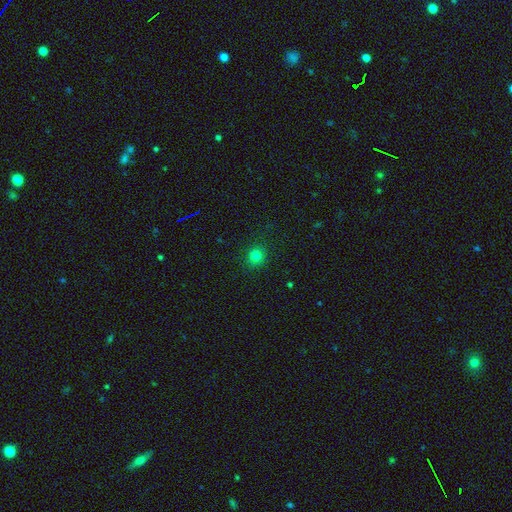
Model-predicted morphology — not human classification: Smooth or featured?
  - smooth: 80% *
  - star or artifact: 15%
  - featured or disk: 5%
How rounded?
  - round: 89% *
  - in between: 10%
  - cigar-shaped: 1%
Merging?
  - none: 91% *
  - minor disturbance: 6%
  - major disturbance: 2%
  - merger: 1%